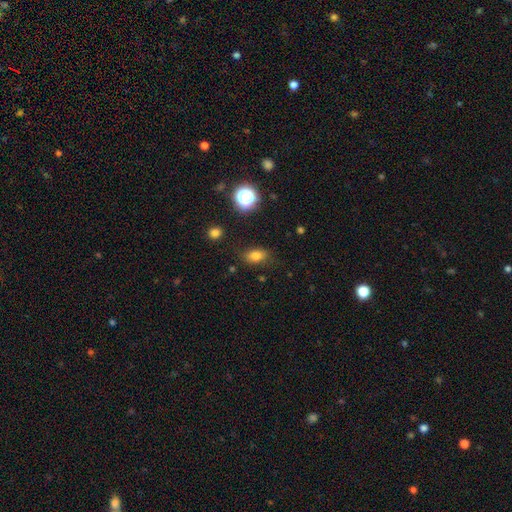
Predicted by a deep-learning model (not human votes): Q: Smooth or featured?
A: smooth (77%); runner-up: star or artifact (14%)
Q: How rounded?
A: in between (80%); runner-up: round (17%)
Q: Merging?
A: none (82%); runner-up: minor disturbance (13%)